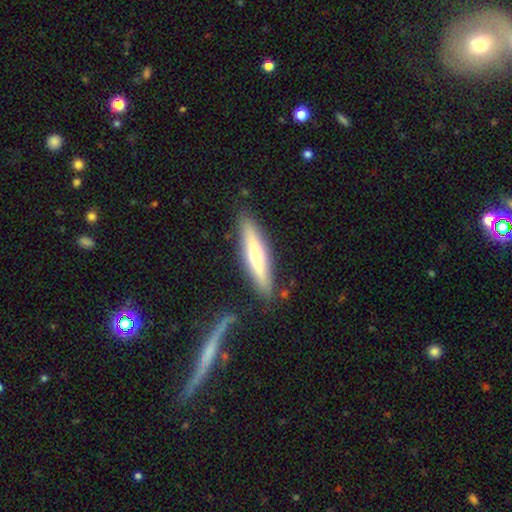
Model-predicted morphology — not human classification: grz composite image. It shows a smooth galaxy with no disk features (47%, tied with featured or disk). Merging: none (82%).